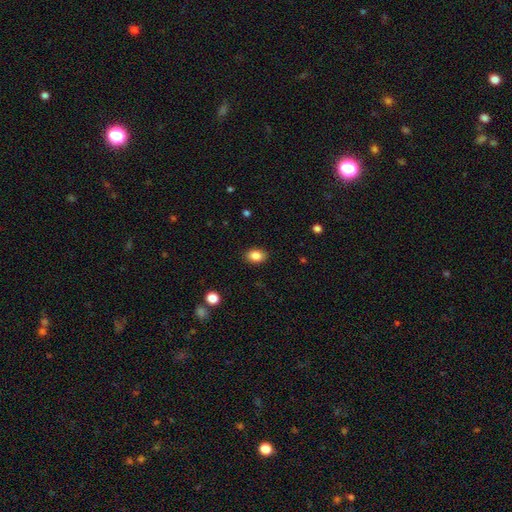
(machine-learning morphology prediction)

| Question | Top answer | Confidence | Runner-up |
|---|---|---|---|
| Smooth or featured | smooth | 86% | star or artifact (9%) |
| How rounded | in between | 76% | round (23%) |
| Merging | none | 88% | minor disturbance (8%) |